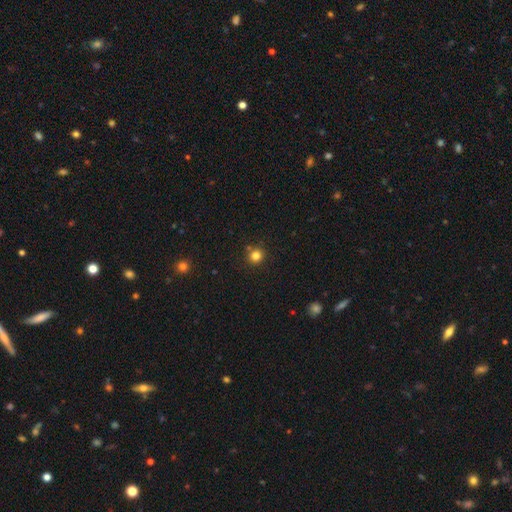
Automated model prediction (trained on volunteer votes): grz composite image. It shows a smooth galaxy with no disk features (82%) that is round (92%). Merging: none (82%).